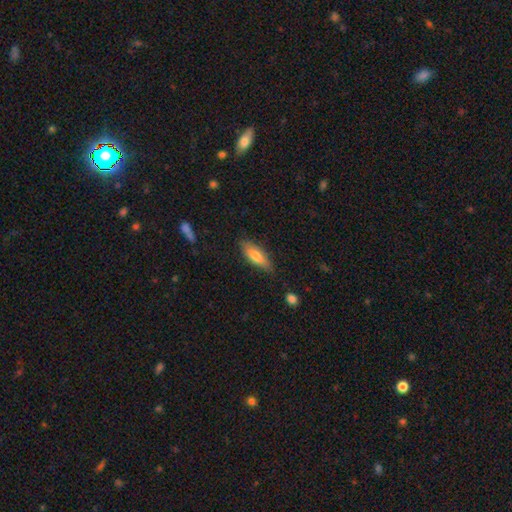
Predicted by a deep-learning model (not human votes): This appears to be a smooth galaxy with no disk features (73%) that is in between round and cigar-shaped (56%). Merging: none (78%).